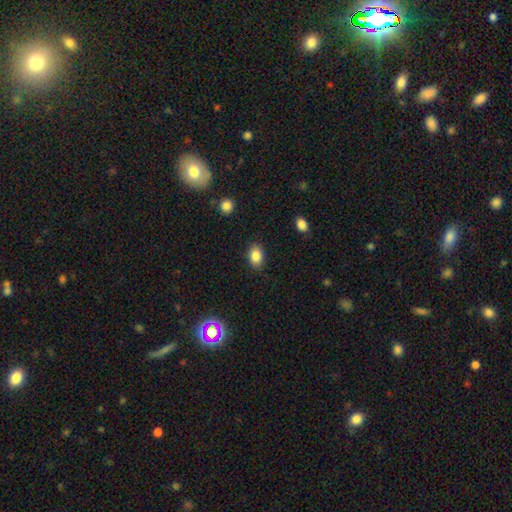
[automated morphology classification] type=smooth (85%); roundness=in between (80%); merging=none (86%).